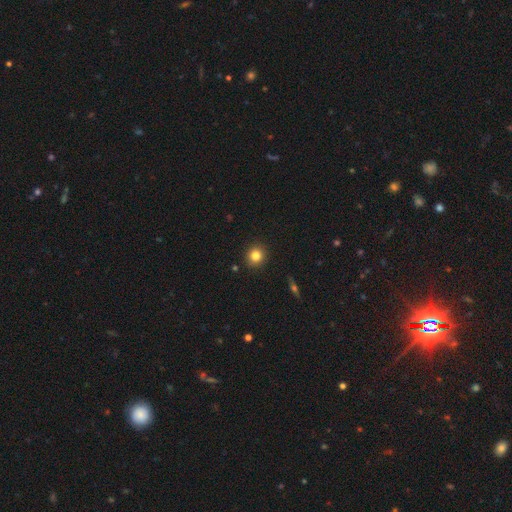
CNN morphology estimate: A smooth galaxy with no disk features (82%) that is round (89%).

Vote fractions:
- Smooth or featured? smooth: 82% / star or artifact: 12% / featured or disk: 7%
- How rounded? round: 89% / in between: 10% / cigar-shaped: 1%
- Merging? none: 91% / minor disturbance: 6% / major disturbance: 2% / merger: 1%